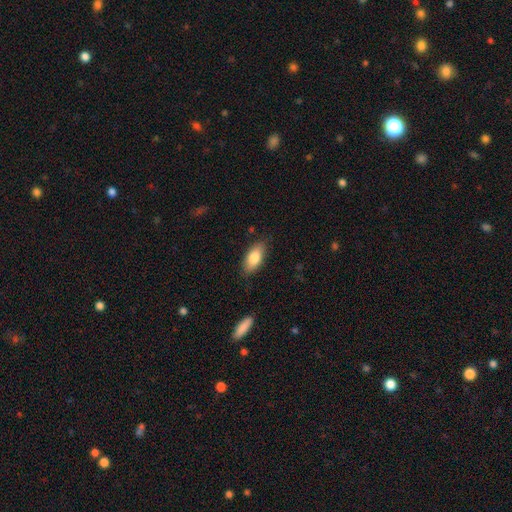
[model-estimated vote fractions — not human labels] A smooth galaxy with no disk features (81%) that is in between round and cigar-shaped (86%). Merging: none (84%).